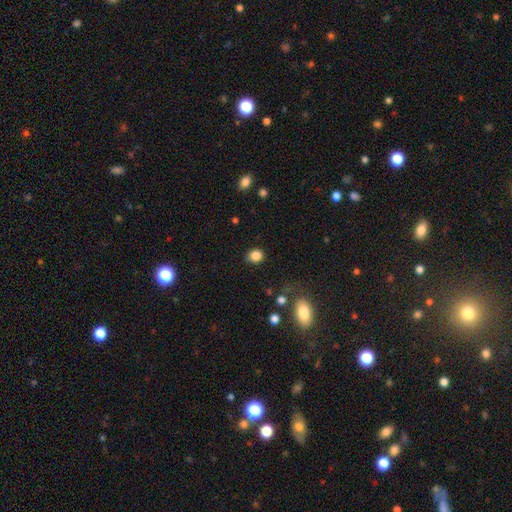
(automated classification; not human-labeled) smooth 85%, star or artifact 11%, featured or disk 5%. Down the decision tree: how rounded — round (75%); merging — none (79%).